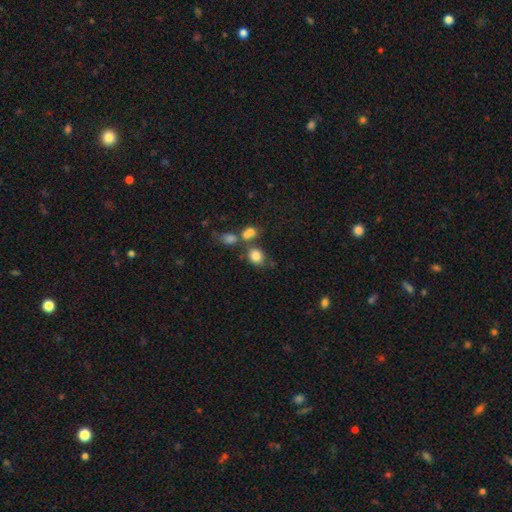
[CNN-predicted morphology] A smooth galaxy with no disk features (81%) that is round (63%). Merging: none (56%).